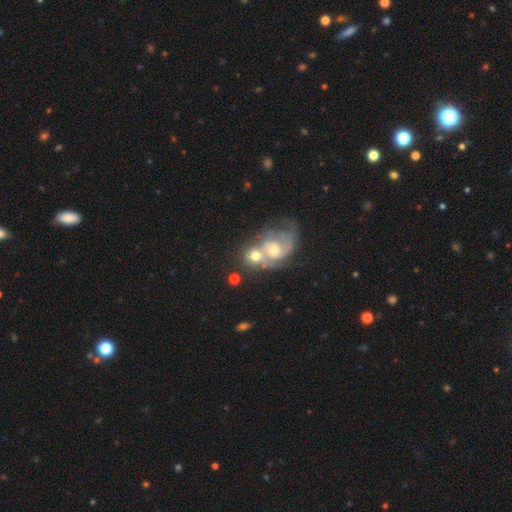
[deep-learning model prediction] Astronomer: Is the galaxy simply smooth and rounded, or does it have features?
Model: featured or disk — 55% (runner-up: smooth, 37%).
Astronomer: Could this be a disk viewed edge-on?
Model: no — 97%.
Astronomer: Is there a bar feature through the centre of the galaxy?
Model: no — 67%.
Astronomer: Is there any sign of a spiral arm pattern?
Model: yes — 80%.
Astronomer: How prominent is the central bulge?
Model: moderate — 57%.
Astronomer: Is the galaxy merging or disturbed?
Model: merger — 61%.